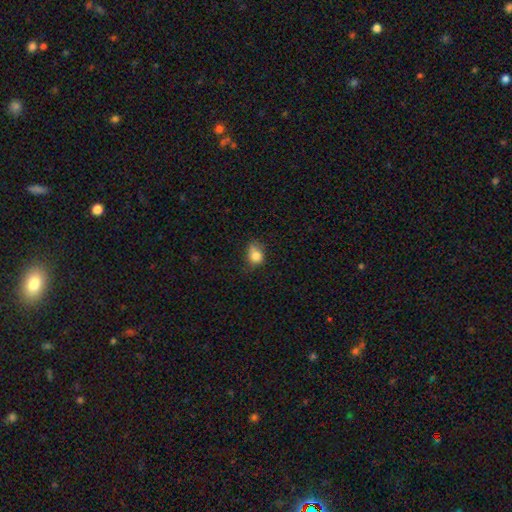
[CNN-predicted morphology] type=smooth (79%); roundness=round (55%); merging=none (43%).